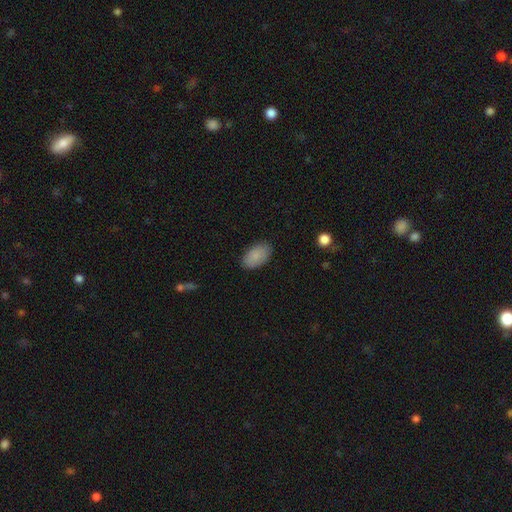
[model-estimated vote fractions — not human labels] Smooth or featured: smooth — 88% (star or artifact — 6%)
How rounded: in between — 94% (round — 4%)
Merging: none — 85% (minor disturbance — 11%)